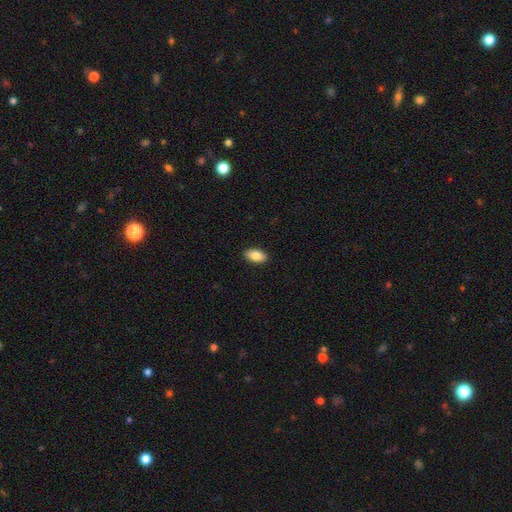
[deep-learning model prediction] smooth-or-featured: smooth: 84% | featured or disk: 9% | star or artifact: 7%
  how-rounded: in between: 92% | cigar-shaped: 4% | round: 4%
  merging: none: 91% | minor disturbance: 7% | major disturbance: 2% | merger: 1%